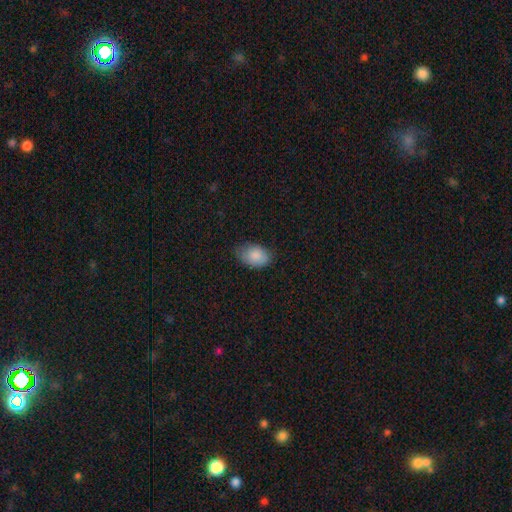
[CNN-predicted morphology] Q: Smooth or featured?
A: smooth (86%); runner-up: featured or disk (7%)
Q: How rounded?
A: in between (88%); runner-up: round (11%)
Q: Merging?
A: none (67%); runner-up: minor disturbance (27%)